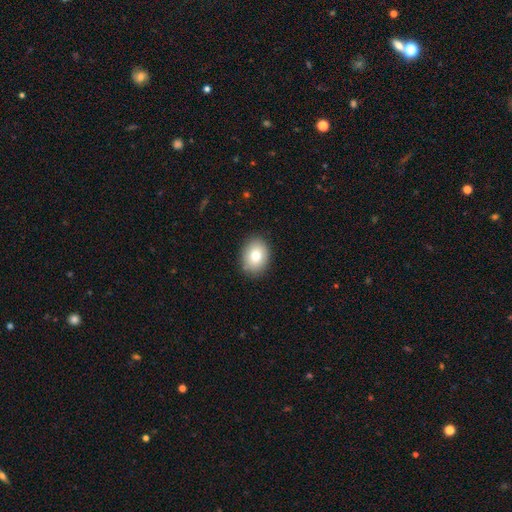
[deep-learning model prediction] The model was most divided on "how rounded": in between: 60%, round: 39%, cigar-shaped: 1%. More confident: merging — none (88%); smooth or featured — smooth (79%).